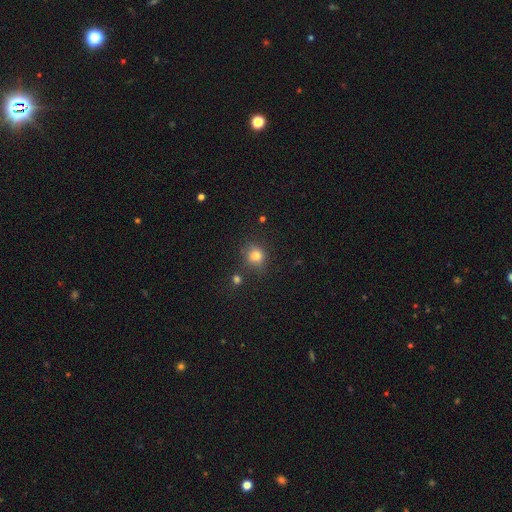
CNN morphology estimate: A smooth galaxy with no disk features (79%) that is round (82%). Merging: none (74%).